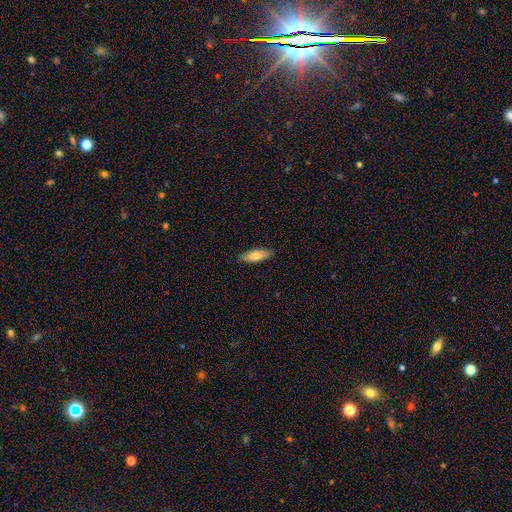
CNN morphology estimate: Smooth or featured? smooth (74%)
How rounded? in between (57%)
Merging? none (88%)